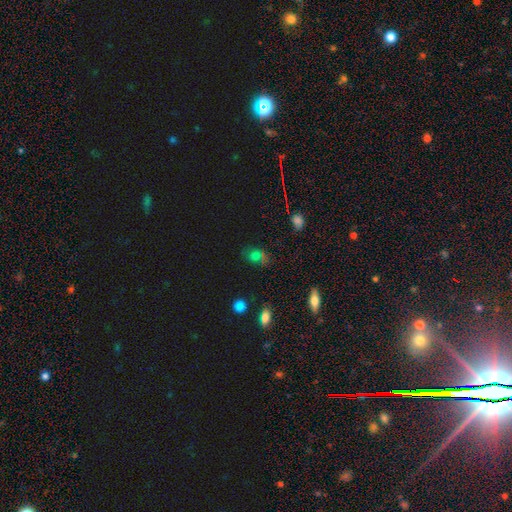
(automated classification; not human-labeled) The model was most divided on "smooth or featured": smooth: 55%, star or artifact: 31%, featured or disk: 15%. More confident: how rounded — in between (65%); merging — none (55%).